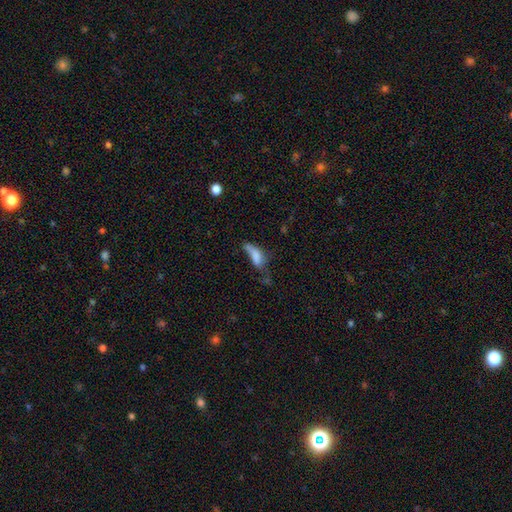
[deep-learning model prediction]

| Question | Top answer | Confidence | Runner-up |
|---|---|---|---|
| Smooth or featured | smooth | 69% | featured or disk (20%) |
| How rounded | in between | 67% | cigar-shaped (30%) |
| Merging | major disturbance | 38% | minor disturbance (26%) |